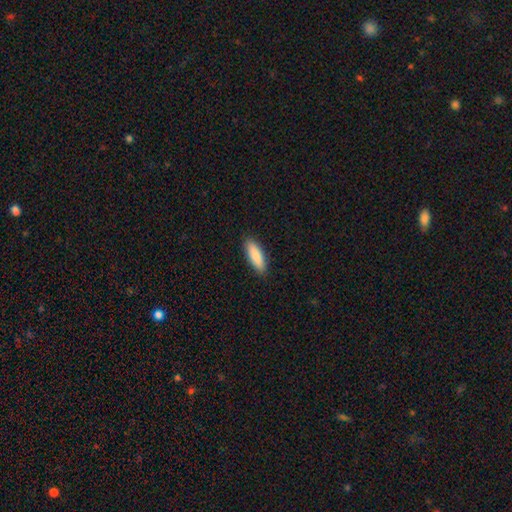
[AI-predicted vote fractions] Q: Smooth or featured?
A: smooth (88%); runner-up: featured or disk (7%)
Q: How rounded?
A: in between (52%); runner-up: cigar-shaped (46%)
Q: Merging?
A: none (90%); runner-up: minor disturbance (8%)